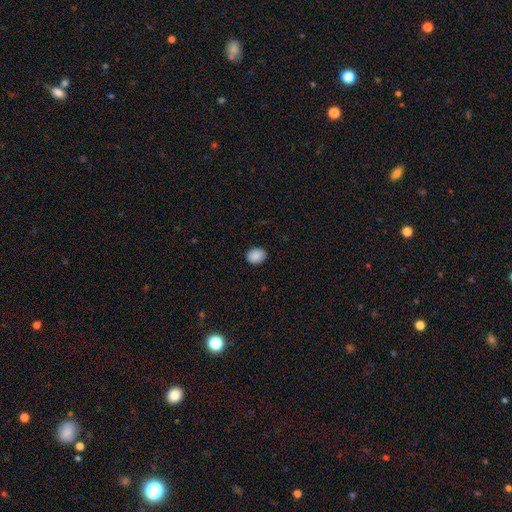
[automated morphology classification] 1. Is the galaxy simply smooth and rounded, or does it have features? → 89% smooth, 8% star or artifact, 3% featured or disk.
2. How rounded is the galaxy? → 58% round, 41% in between, 1% cigar-shaped.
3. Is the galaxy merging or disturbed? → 88% none, 9% minor disturbance, 2% major disturbance, 1% merger.